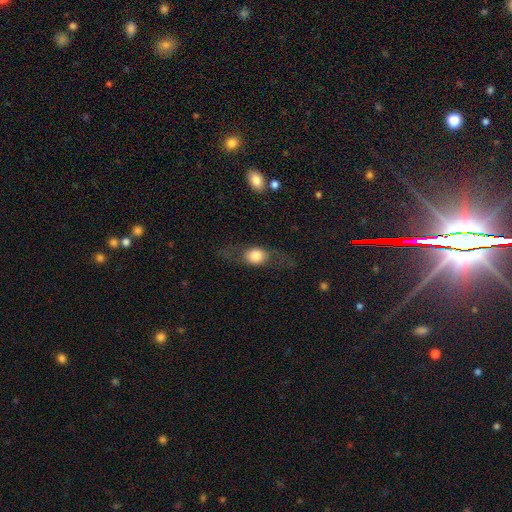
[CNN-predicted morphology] Overall: smooth (59%; featured or disk 33%). How rounded: in between (47%; round 46%). Merging: none (65%).